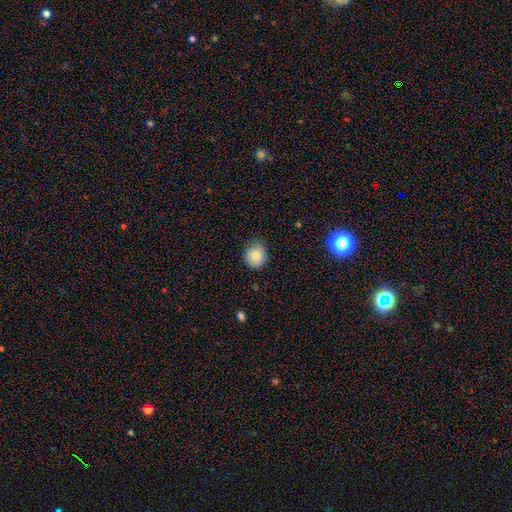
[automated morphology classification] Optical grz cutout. It shows a smooth galaxy with no disk features (83%) that is round (83%). Merging: none (77%).